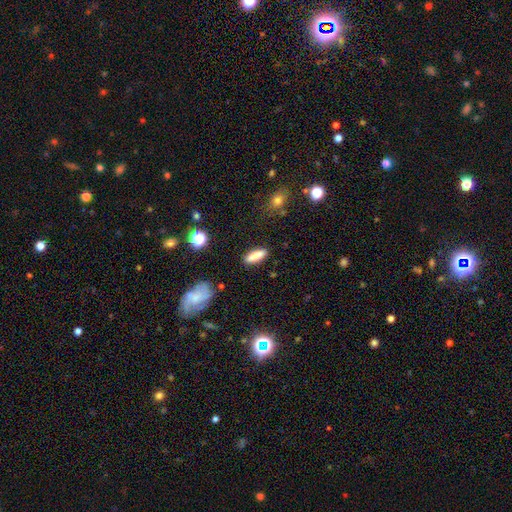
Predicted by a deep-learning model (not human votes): Morphology: type=smooth (82%); roundness=cigar-shaped (56%); merging=none (86%).